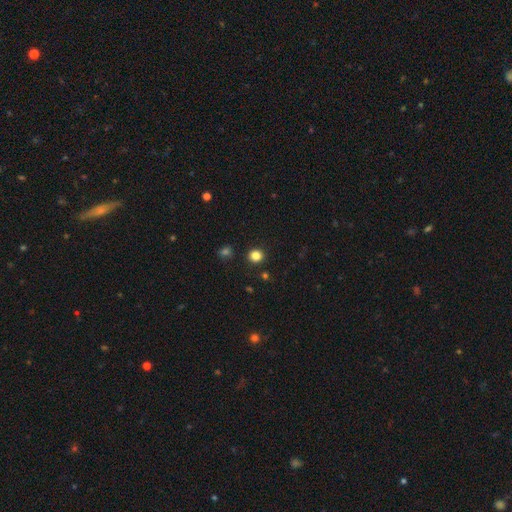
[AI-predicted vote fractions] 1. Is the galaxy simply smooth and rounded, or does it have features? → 83% smooth, 13% star or artifact, 4% featured or disk.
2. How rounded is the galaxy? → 86% round, 13% in between, 1% cigar-shaped.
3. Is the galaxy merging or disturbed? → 91% none, 5% minor disturbance, 2% merger, 2% major disturbance.